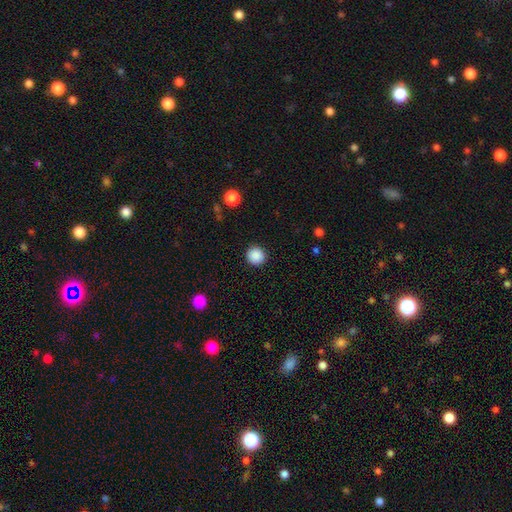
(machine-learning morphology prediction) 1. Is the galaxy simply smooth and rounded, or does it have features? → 88% smooth, 9% star or artifact, 2% featured or disk.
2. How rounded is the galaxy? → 95% round, 4% in between, 1% cigar-shaped.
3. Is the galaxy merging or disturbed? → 92% none, 5% minor disturbance, 2% major disturbance, 1% merger.